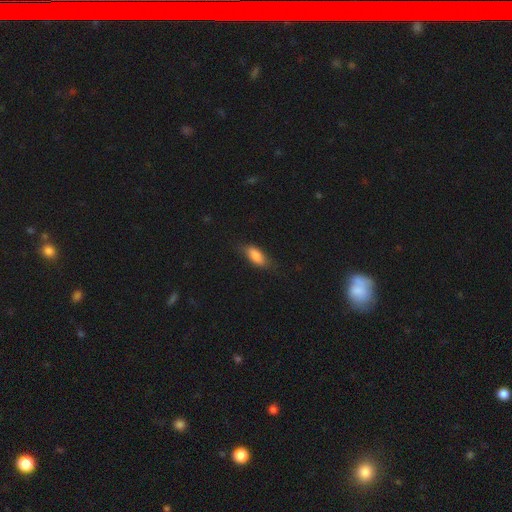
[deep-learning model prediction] Smooth or featured? Predicted: smooth (p=0.82). How rounded? Predicted: in between (p=0.81). Merging? Predicted: none (p=0.68).